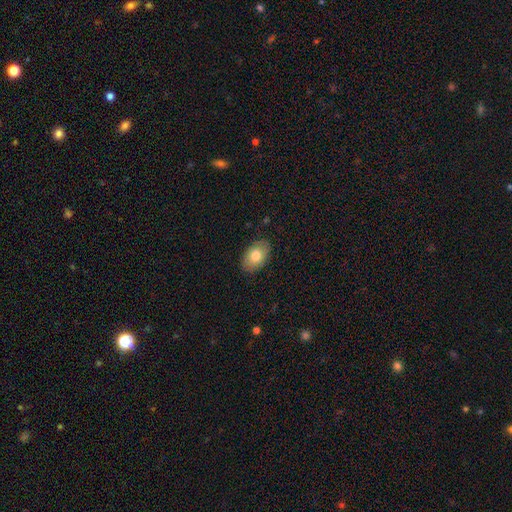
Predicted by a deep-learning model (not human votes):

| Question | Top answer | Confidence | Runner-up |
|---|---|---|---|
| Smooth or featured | smooth | 78% | featured or disk (15%) |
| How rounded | in between | 88% | round (11%) |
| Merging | none | 86% | minor disturbance (11%) |